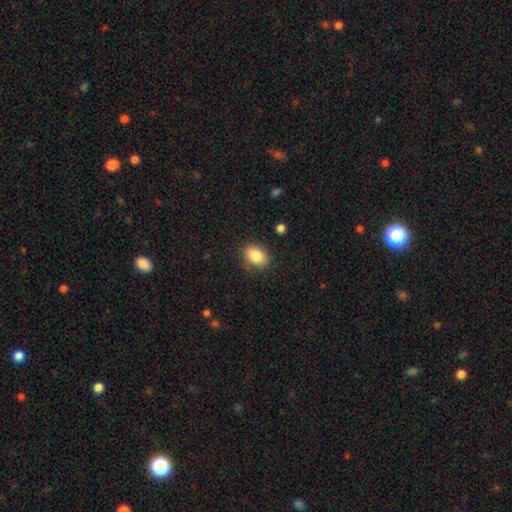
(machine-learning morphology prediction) Smooth or featured?
  - smooth: 85% *
  - star or artifact: 8%
  - featured or disk: 6%
How rounded?
  - in between: 73% *
  - round: 25%
  - cigar-shaped: 1%
Merging?
  - none: 84% *
  - minor disturbance: 12%
  - major disturbance: 3%
  - merger: 2%